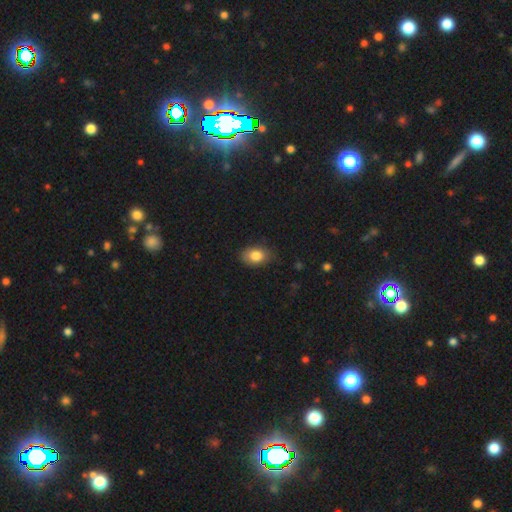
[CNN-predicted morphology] The model was most divided on "how rounded": in between: 79%, round: 19%, cigar-shaped: 1%. More confident: smooth or featured — smooth (82%); merging — none (79%).